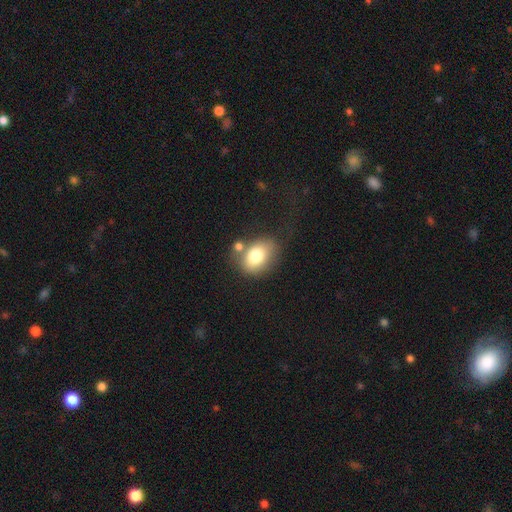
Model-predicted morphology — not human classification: A smooth galaxy with no disk features (77%) that is in between round and cigar-shaped (71%).

Vote fractions:
- Smooth or featured? smooth: 77% / featured or disk: 14% / star or artifact: 9%
- How rounded? in between: 71% / round: 28% / cigar-shaped: 1%
- Merging? none: 58% / minor disturbance: 18% / merger: 17% / major disturbance: 7%